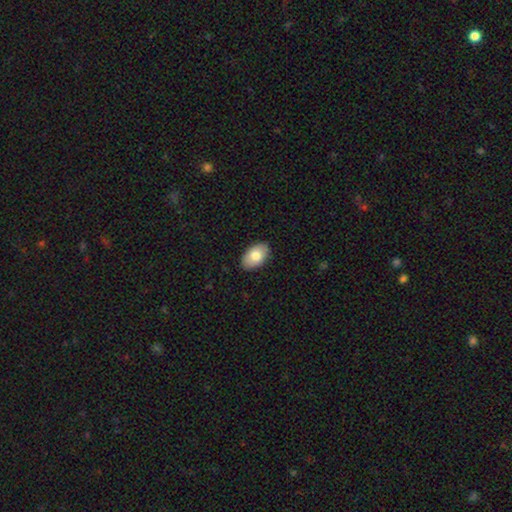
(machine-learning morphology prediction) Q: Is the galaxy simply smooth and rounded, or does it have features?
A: smooth — 79%.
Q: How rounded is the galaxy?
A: in between — 93%.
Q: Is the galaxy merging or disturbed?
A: none — 88%.